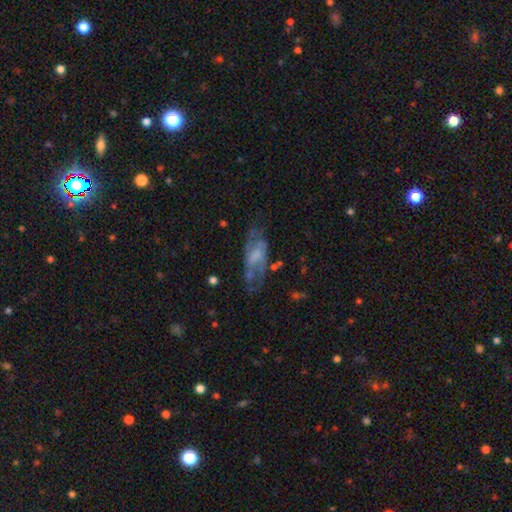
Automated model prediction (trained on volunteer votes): Smooth or featured?
  - featured or disk: 64% *
  - smooth: 27%
  - star or artifact: 8%
Edge-on disk?
  - no: 89% *
  - yes: 11%
Bar?
  - no: 42% *
  - weak: 41%
  - strong: 16%
Spiral arms?
  - yes: 70% *
  - no: 30%
Bulge size?
  - none: 35% *
  - small: 28%
  - moderate: 26%
  - large: 9%
  - dominant: 2%
Merging?
  - none: 55% *
  - minor disturbance: 23%
  - major disturbance: 19%
  - merger: 3%